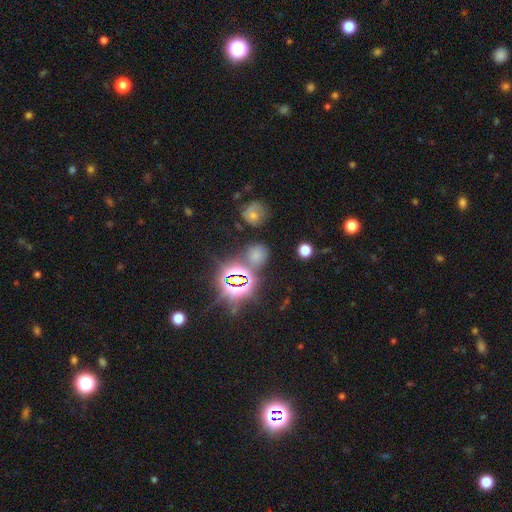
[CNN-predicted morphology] Overall: smooth (48%; star or artifact 45%). Merging: none (73%).